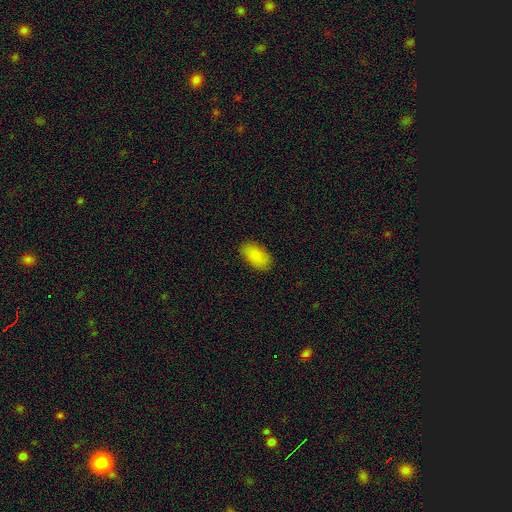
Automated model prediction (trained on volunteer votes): smooth_or_featured: smooth (p=0.89) [alt: star or artifact p=0.07]
how_rounded: in between (p=0.94) [alt: round p=0.04]
merging: none (p=0.87) [alt: minor disturbance p=0.10]